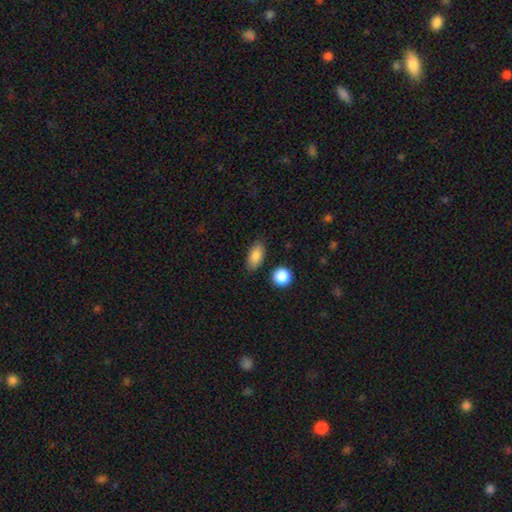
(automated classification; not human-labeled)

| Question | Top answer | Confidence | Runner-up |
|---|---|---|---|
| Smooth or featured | smooth | 86% | star or artifact (8%) |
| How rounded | in between | 87% | cigar-shaped (7%) |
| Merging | none | 84% | minor disturbance (11%) |